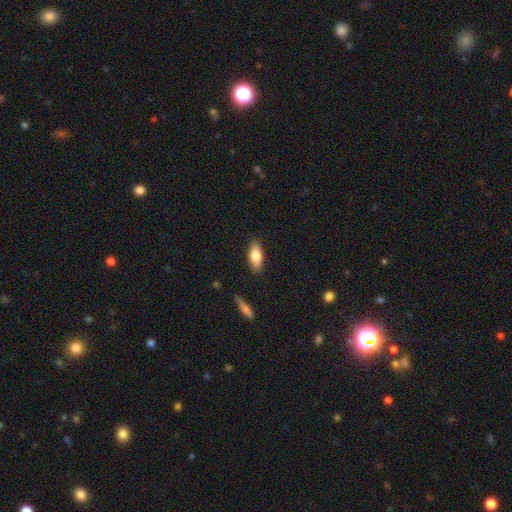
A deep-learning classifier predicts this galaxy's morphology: This appears to be a smooth galaxy with no disk features (77%) that is in between round and cigar-shaped (80%). Merging: none (87%).